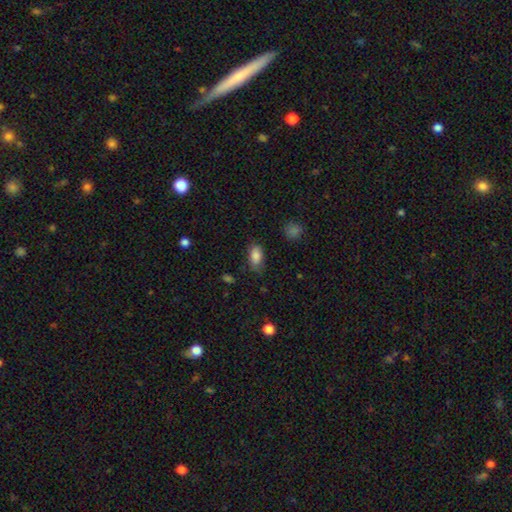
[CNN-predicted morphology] Smooth or featured?
  - smooth: 85% *
  - star or artifact: 8%
  - featured or disk: 6%
How rounded?
  - in between: 90% *
  - round: 5%
  - cigar-shaped: 5%
Merging?
  - none: 69% *
  - minor disturbance: 23%
  - major disturbance: 6%
  - merger: 2%